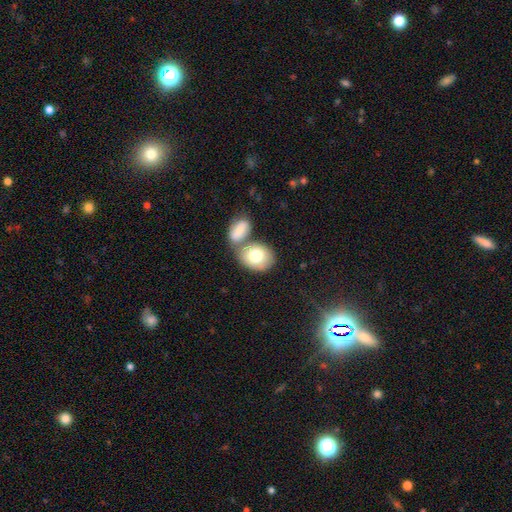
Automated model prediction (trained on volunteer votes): This is likely a smooth galaxy (76%). How rounded: likely in between (64%). Merging: possibly none (45%).